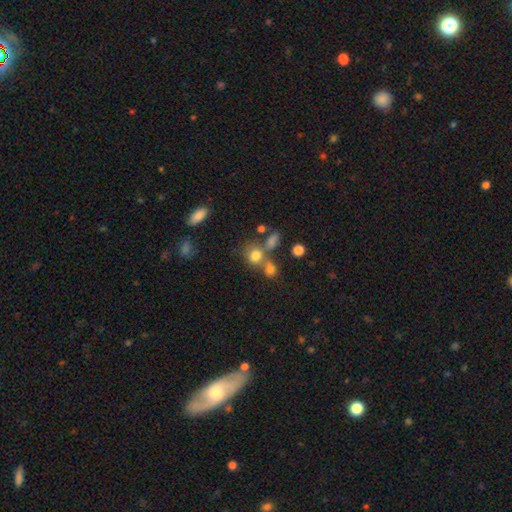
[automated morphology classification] Overall: smooth (75%). How rounded: round (63%; in between 35%). Merging: none (45%; merger 37%).